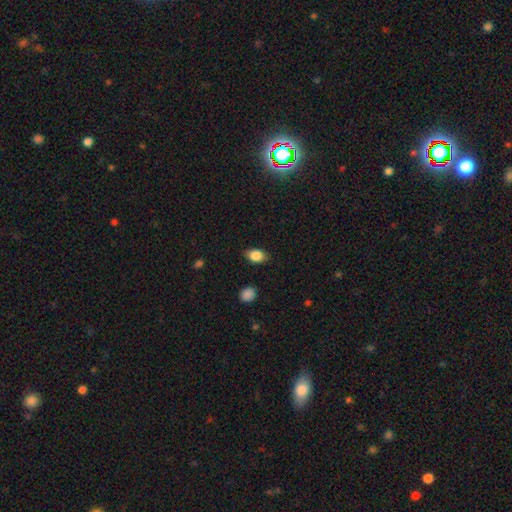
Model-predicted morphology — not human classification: type=smooth (86%); roundness=in between (83%); merging=none (84%).